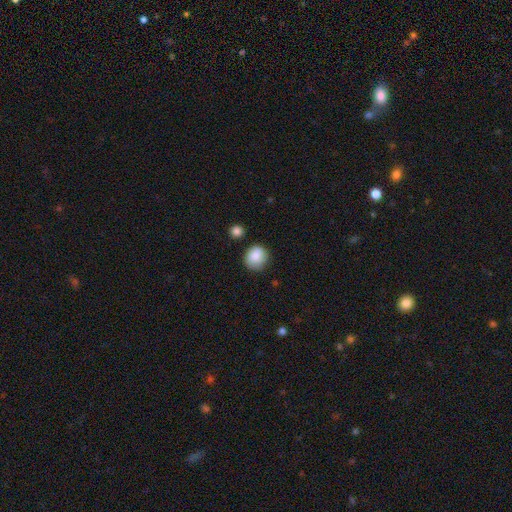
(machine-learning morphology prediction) Overall: smooth (86%). How rounded: round (83%). Merging: none (77%).